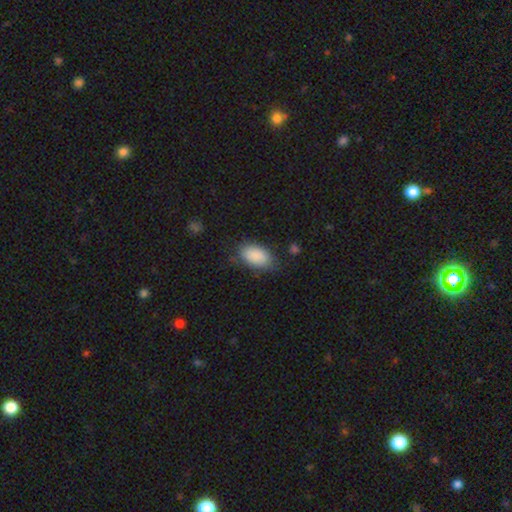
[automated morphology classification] Overall: smooth (89%). How rounded: in between (94%). Merging: none (76%).